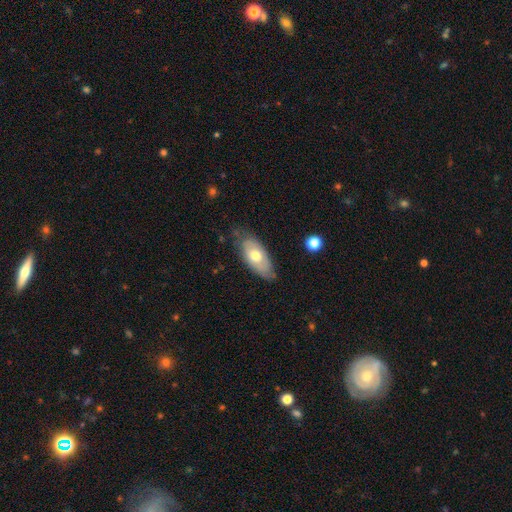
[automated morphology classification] smooth-or-featured: smooth: 61% | featured or disk: 33% | star or artifact: 6%
  how-rounded: in between: 89% | cigar-shaped: 8% | round: 3%
  merging: none: 67% | minor disturbance: 26% | major disturbance: 5% | merger: 2%